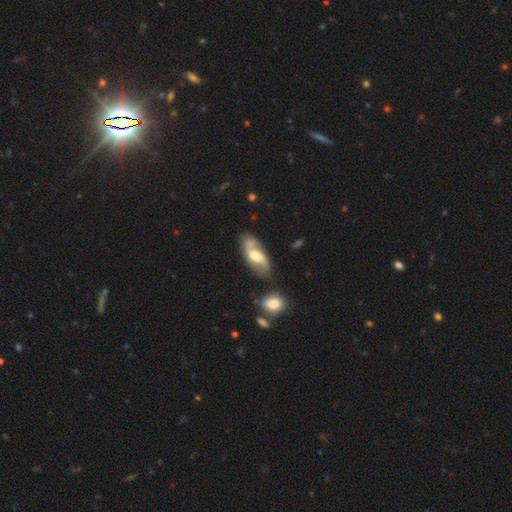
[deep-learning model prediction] Smooth or featured? Predicted: featured or disk (p=0.68). Edge-on disk? Predicted: no (p=0.92). Bar? Predicted: weak (p=0.45). Spiral arms? Predicted: yes (p=0.89). Spiral winding? Predicted: loose (p=0.50). Spiral arm count? Predicted: 2 (p=0.85). Bulge size? Predicted: moderate (p=0.67). Merging? Predicted: none (p=0.68).